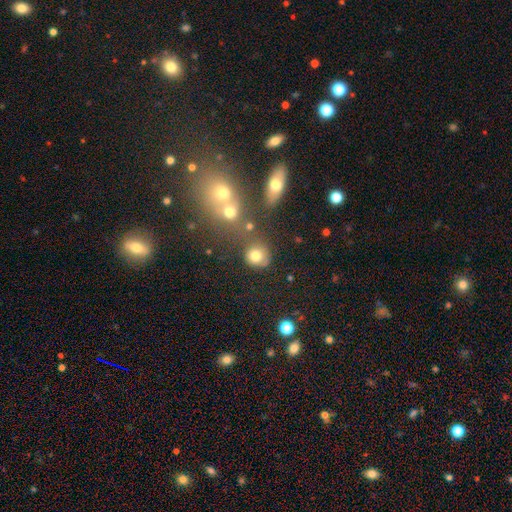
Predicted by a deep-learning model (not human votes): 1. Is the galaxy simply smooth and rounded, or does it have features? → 77% smooth, 13% star or artifact, 10% featured or disk.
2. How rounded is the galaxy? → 83% round, 15% in between, 1% cigar-shaped.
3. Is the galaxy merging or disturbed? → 61% none, 16% minor disturbance, 14% merger, 8% major disturbance.